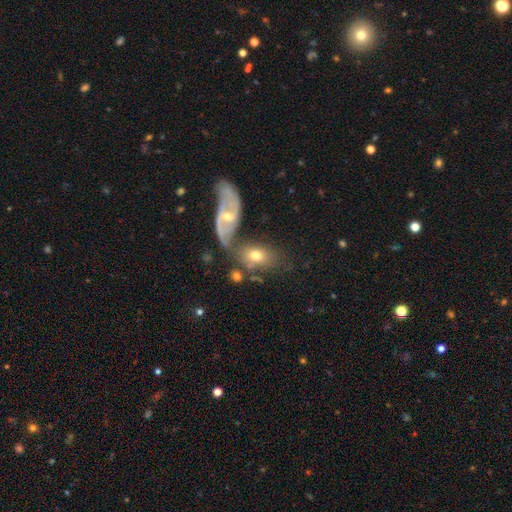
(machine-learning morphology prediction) Q: Smooth or featured?
A: smooth (59%); runner-up: featured or disk (33%)
Q: How rounded?
A: in between (83%); runner-up: round (15%)
Q: Merging?
A: none (41%); runner-up: merger (34%)